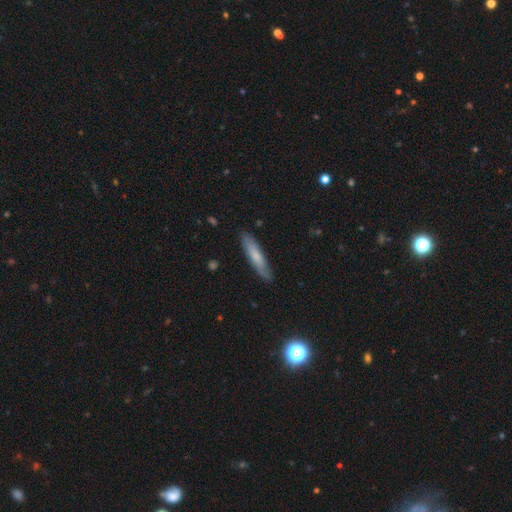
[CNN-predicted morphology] smooth-or-featured: smooth: 66% | featured or disk: 28% | star or artifact: 6%
  how-rounded: cigar-shaped: 86% | in between: 12% | round: 1%
  merging: none: 85% | minor disturbance: 12% | major disturbance: 2% | merger: 1%